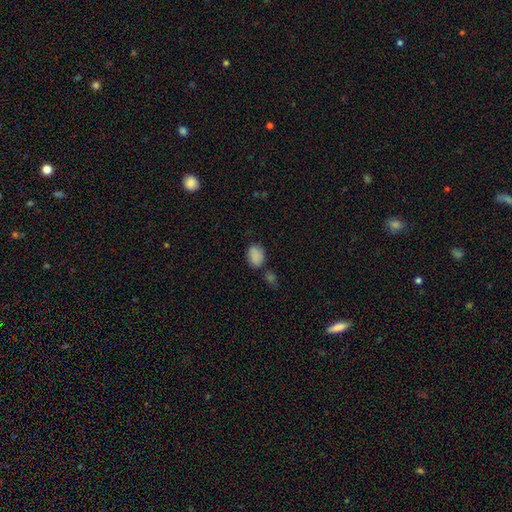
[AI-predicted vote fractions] A smooth galaxy with no disk features (86%) that is in between round and cigar-shaped (75%). Merging: none (68%).